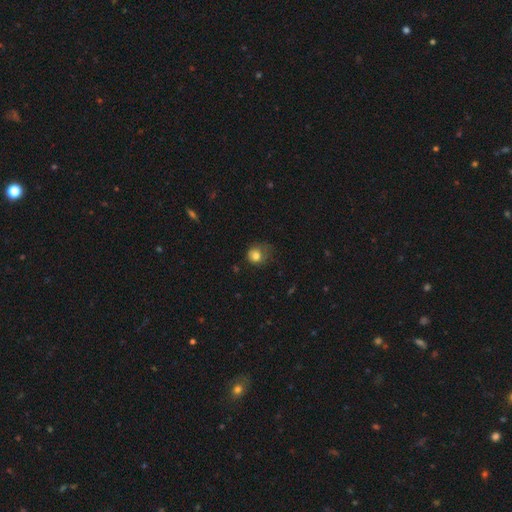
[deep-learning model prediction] The model was most divided on "merging": none: 40%, minor disturbance: 31%, major disturbance: 26%, merger: 2%. More confident: smooth or featured — smooth (79%); how rounded — round (74%).